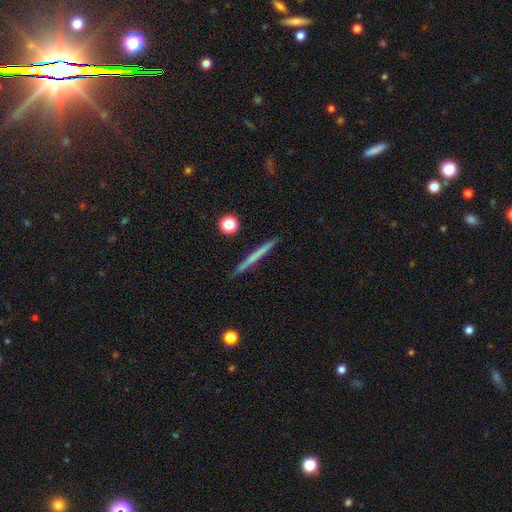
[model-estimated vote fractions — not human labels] Q: Smooth or featured?
A: smooth (53%); runner-up: featured or disk (41%)
Q: How rounded?
A: cigar-shaped (96%); runner-up: in between (2%)
Q: Merging?
A: none (91%); runner-up: minor disturbance (6%)